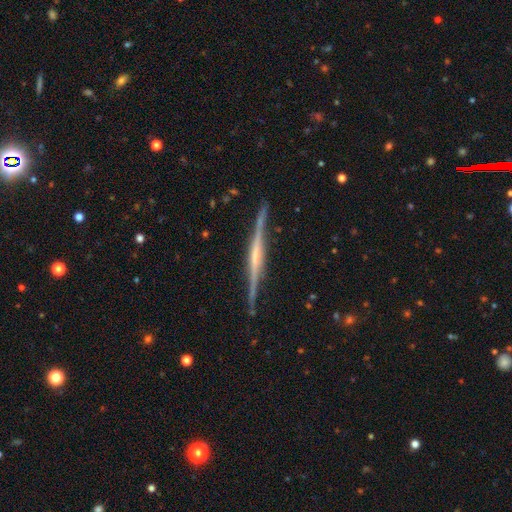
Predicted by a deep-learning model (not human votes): A featured or disk galaxy (83%) viewed edge-on (98%) with a rounded central bulge (39%). Merging: none (87%).